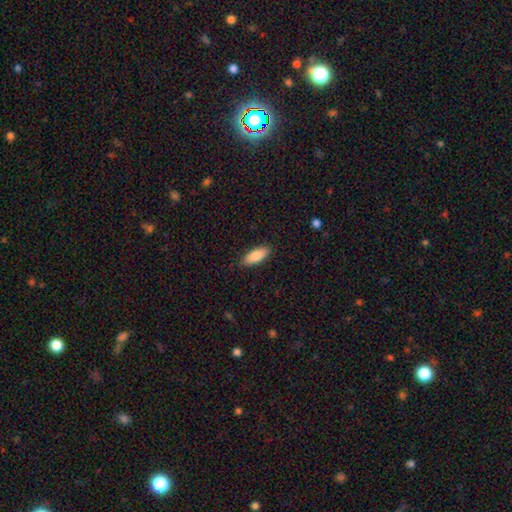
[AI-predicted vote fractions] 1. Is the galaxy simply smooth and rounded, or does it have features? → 85% smooth, 9% featured or disk, 6% star or artifact.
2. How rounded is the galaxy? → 75% in between, 23% cigar-shaped, 2% round.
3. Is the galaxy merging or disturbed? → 87% none, 10% minor disturbance, 2% major disturbance, 1% merger.